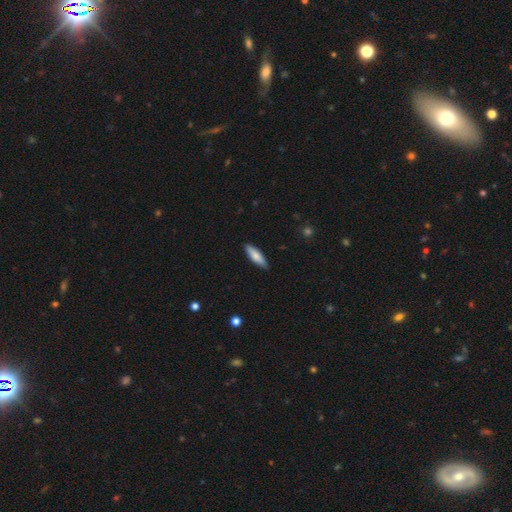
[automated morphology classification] Smooth or featured?
  - smooth: 79% *
  - featured or disk: 16%
  - star or artifact: 6%
How rounded?
  - cigar-shaped: 54% *
  - in between: 45%
  - round: 2%
Merging?
  - none: 87% *
  - minor disturbance: 10%
  - major disturbance: 2%
  - merger: 1%